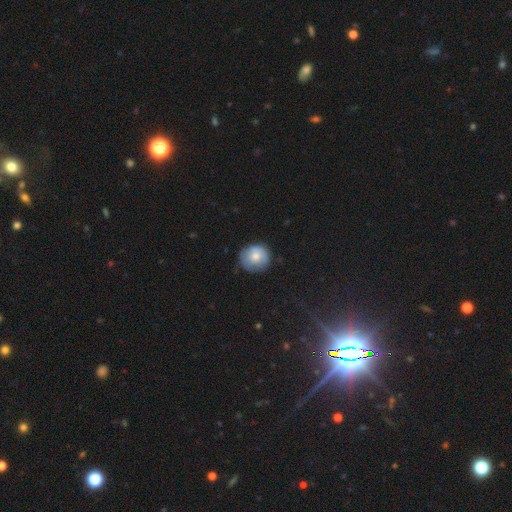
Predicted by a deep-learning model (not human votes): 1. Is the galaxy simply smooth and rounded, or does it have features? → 70% smooth, 22% featured or disk, 8% star or artifact.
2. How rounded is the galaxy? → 89% round, 10% in between, 1% cigar-shaped.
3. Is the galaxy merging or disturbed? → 70% none, 23% minor disturbance, 5% major disturbance, 1% merger.